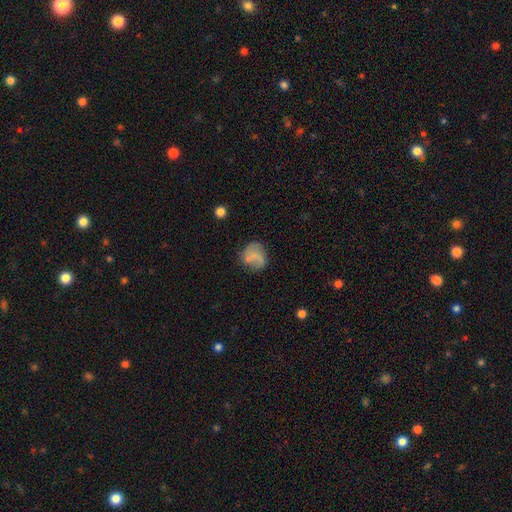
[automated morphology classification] A smooth galaxy with no disk features (59%) that is round (65%). Merging: none (50%).